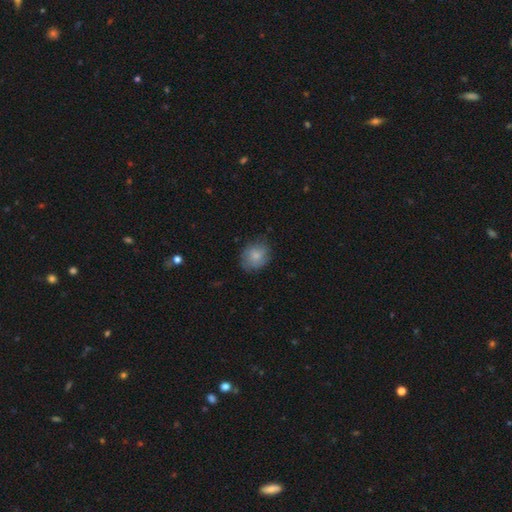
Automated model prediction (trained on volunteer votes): smooth 79%, featured or disk 14%, star or artifact 8%. Down the decision tree: how rounded — round (63%); merging — none (71%).